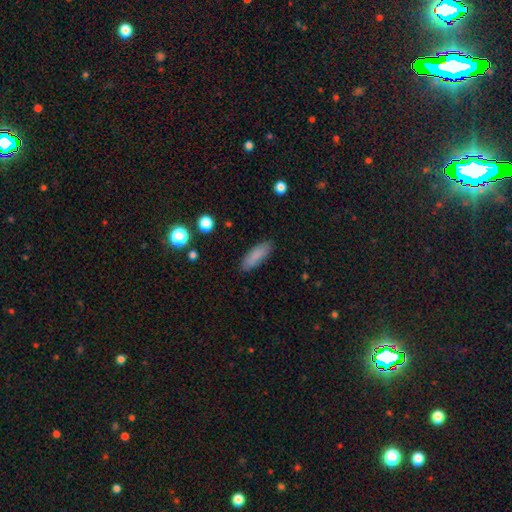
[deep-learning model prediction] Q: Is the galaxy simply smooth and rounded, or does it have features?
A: smooth — 86%.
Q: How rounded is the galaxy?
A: in between — 50%.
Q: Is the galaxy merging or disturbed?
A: none — 87%.